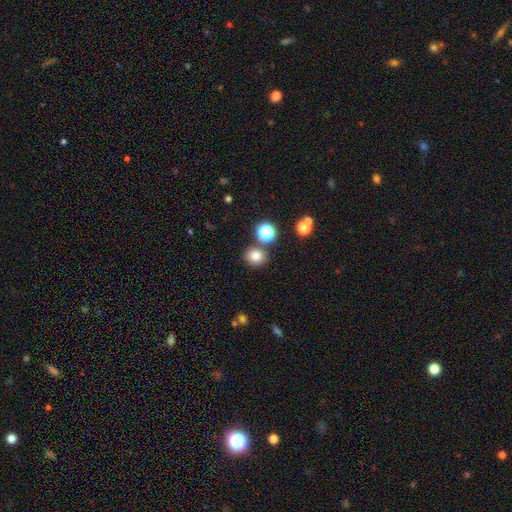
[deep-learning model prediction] Smooth or featured: smooth — 79% (star or artifact — 15%)
How rounded: round — 78% (in between — 21%)
Merging: none — 80% (merger — 9%)